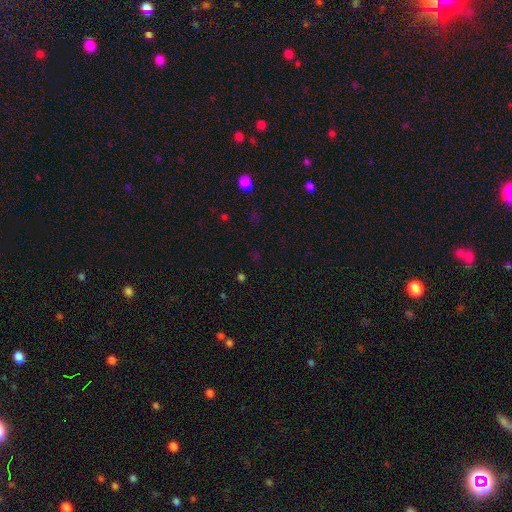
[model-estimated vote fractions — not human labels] Smooth or featured? Predicted: star or artifact (p=0.57).